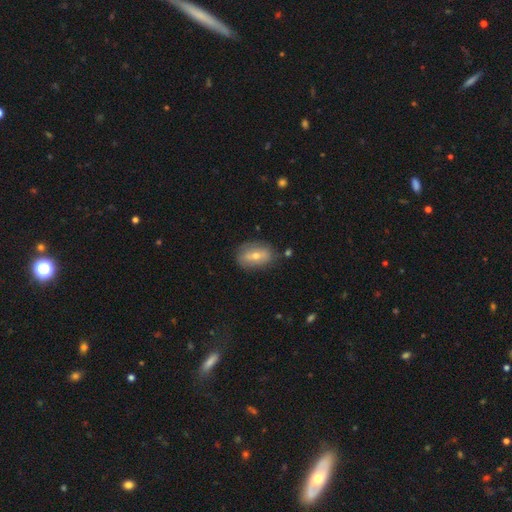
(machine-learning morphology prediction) Smooth or featured? smooth (46%)
Merging? none (78%)